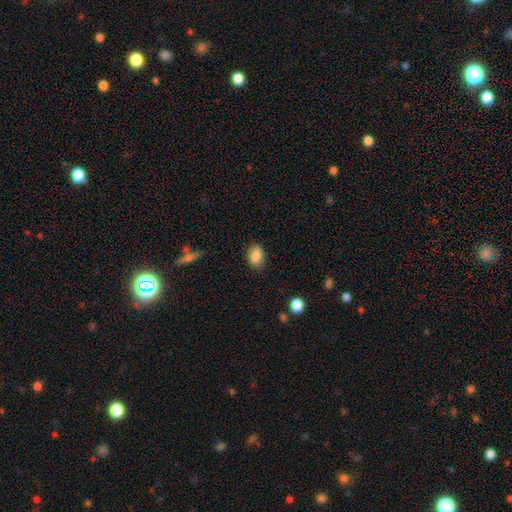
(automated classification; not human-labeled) A smooth galaxy with no disk features (86%) that is in between round and cigar-shaped (82%).

Vote fractions:
- Smooth or featured? smooth: 86% / star or artifact: 8% / featured or disk: 6%
- How rounded? in between: 82% / round: 17% / cigar-shaped: 1%
- Merging? none: 83% / minor disturbance: 13% / major disturbance: 3% / merger: 1%